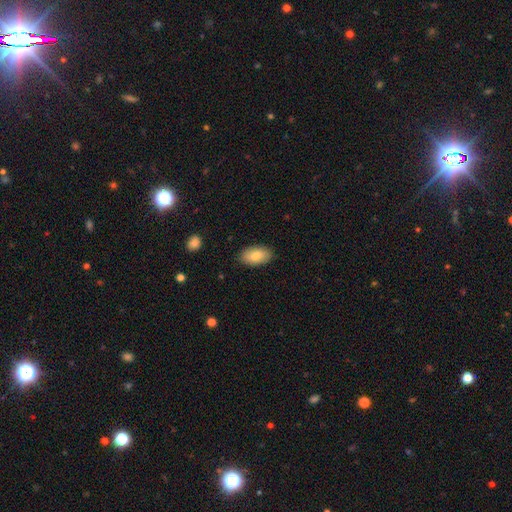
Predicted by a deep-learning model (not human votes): Smooth or featured? Predicted: smooth (p=0.81). How rounded? Predicted: in between (p=0.94). Merging? Predicted: none (p=0.87).